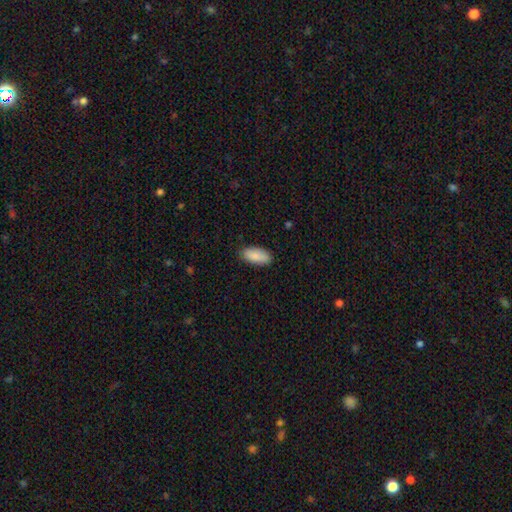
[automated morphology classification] Smooth or featured? smooth (89%)
How rounded? in between (86%)
Merging? none (87%)